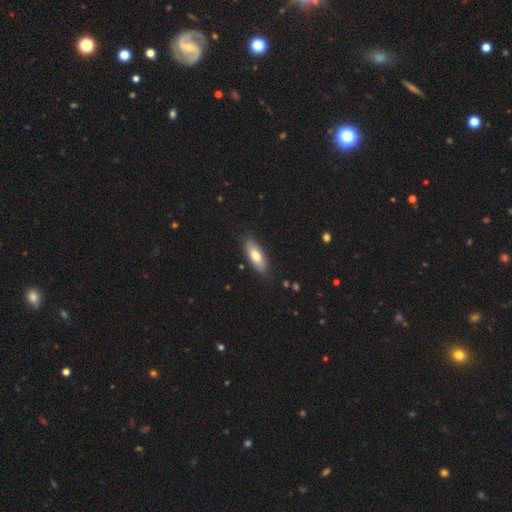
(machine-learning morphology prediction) A smooth galaxy with no disk features (72%) that is in between round and cigar-shaped (75%).

Vote fractions:
- Smooth or featured? smooth: 72% / featured or disk: 22% / star or artifact: 6%
- How rounded? in between: 75% / cigar-shaped: 23% / round: 2%
- Merging? none: 82% / minor disturbance: 14% / major disturbance: 3% / merger: 1%